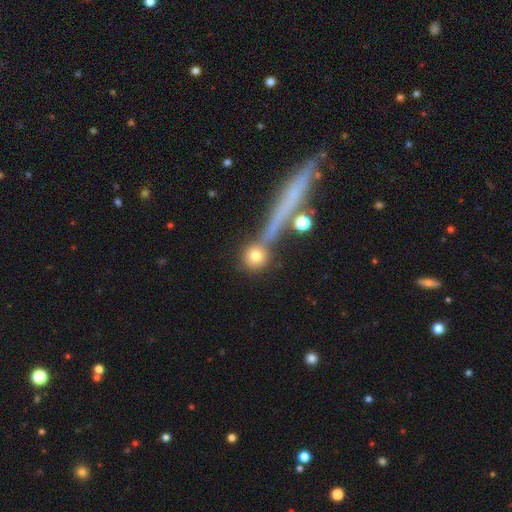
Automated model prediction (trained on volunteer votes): Q: Smooth or featured?
A: smooth (75%); runner-up: featured or disk (14%)
Q: How rounded?
A: round (89%); runner-up: in between (7%)
Q: Merging?
A: none (66%); runner-up: merger (17%)